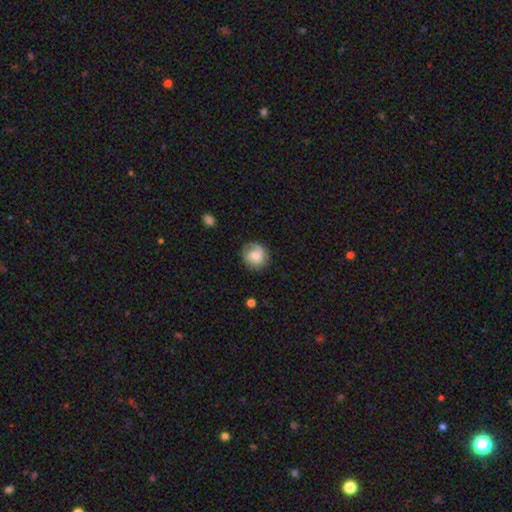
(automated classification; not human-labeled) Morphology: type=smooth (60%); roundness=round (83%); merging=none (74%).